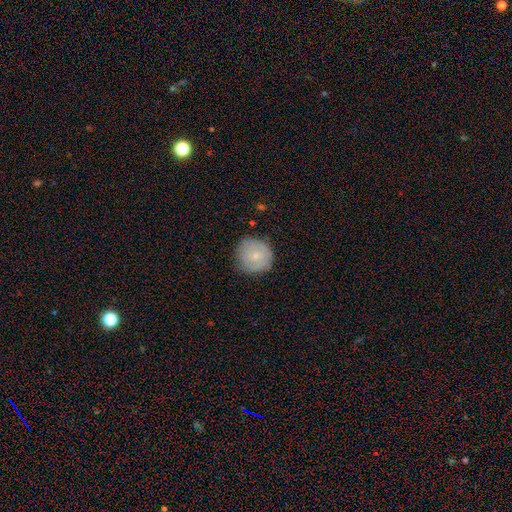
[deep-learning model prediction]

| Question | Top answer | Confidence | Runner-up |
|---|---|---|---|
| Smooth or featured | smooth | 64% | featured or disk (29%) |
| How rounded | round | 91% | in between (8%) |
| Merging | none | 77% | minor disturbance (18%) |